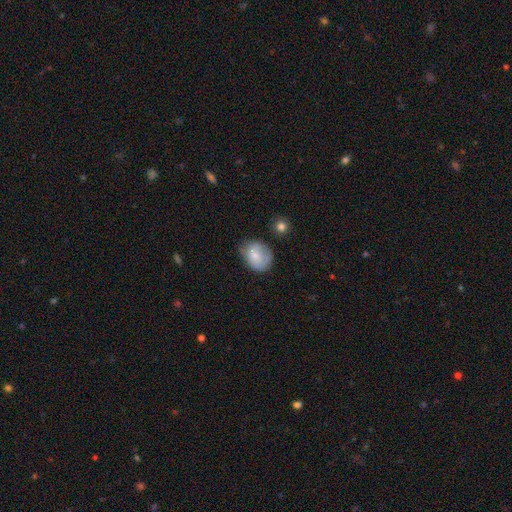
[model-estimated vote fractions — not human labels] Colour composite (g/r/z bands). It shows a smooth galaxy with no disk features (70%) that is in between round and cigar-shaped (53%). Merging: none (50%).